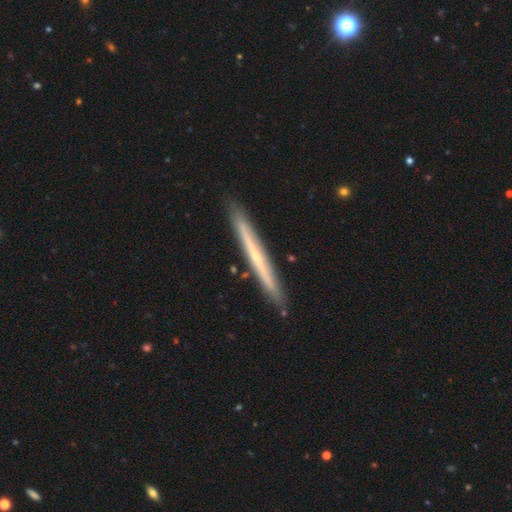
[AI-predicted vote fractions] A featured or disk galaxy (58%) viewed edge-on (95%) with no central bulge (68%). Merging: none (89%).